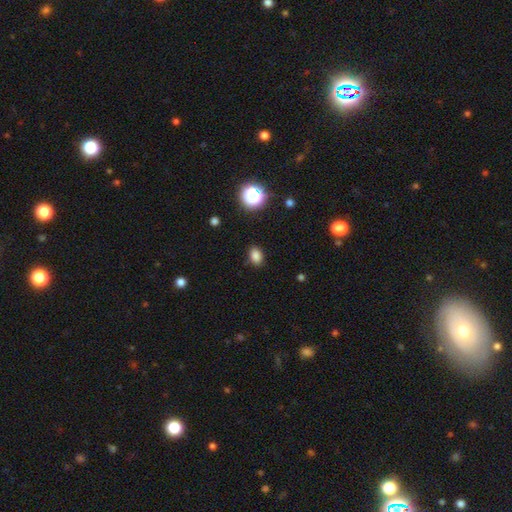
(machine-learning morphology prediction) This is clearly a smooth galaxy (82%). How rounded: likely in between (78%). Merging: clearly none (87%).